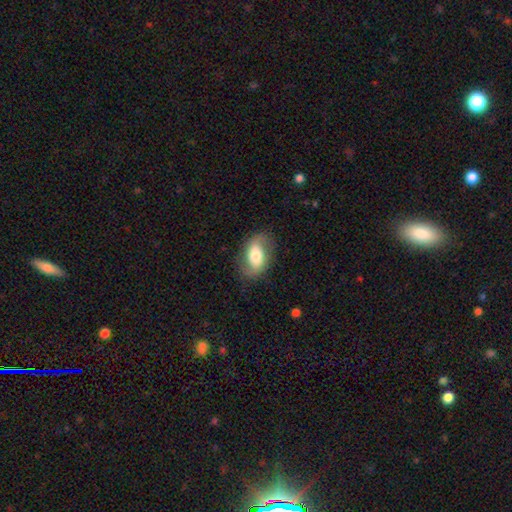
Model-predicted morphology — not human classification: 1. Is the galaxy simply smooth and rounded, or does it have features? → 56% smooth, 37% featured or disk, 7% star or artifact.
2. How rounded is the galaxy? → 88% in between, 9% round, 3% cigar-shaped.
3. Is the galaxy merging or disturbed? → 77% none, 16% minor disturbance, 6% major disturbance, 1% merger.